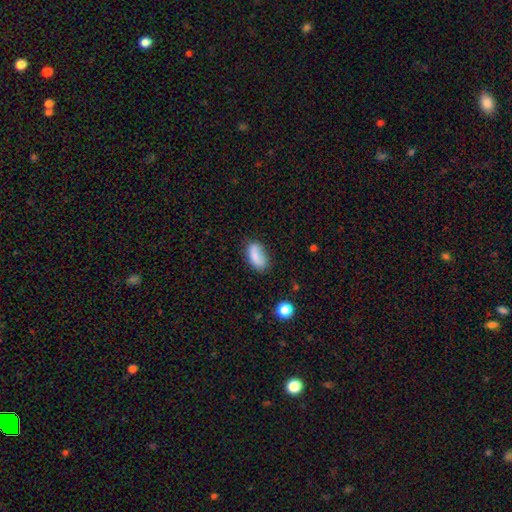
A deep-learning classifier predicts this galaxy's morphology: A smooth galaxy with no disk features (82%) that is in between round and cigar-shaped (90%).

Vote fractions:
- Smooth or featured? smooth: 82% / featured or disk: 9% / star or artifact: 8%
- How rounded? in between: 90% / cigar-shaped: 5% / round: 5%
- Merging? none: 62% / minor disturbance: 26% / major disturbance: 8% / merger: 4%